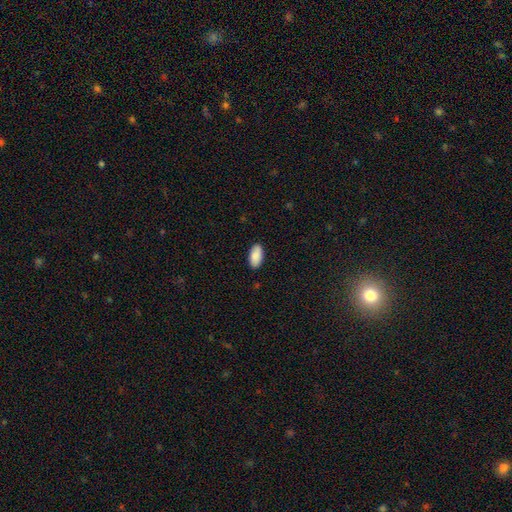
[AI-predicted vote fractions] Q: Smooth or featured?
A: smooth (88%); runner-up: star or artifact (6%)
Q: How rounded?
A: in between (94%); runner-up: cigar-shaped (4%)
Q: Merging?
A: none (88%); runner-up: minor disturbance (9%)